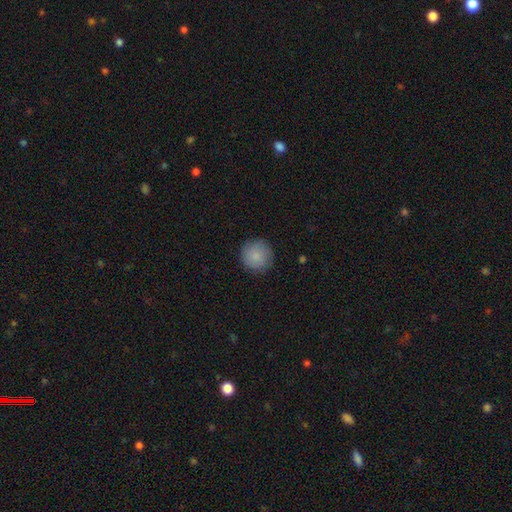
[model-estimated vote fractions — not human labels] Q: Smooth or featured?
A: smooth (87%); runner-up: star or artifact (7%)
Q: How rounded?
A: round (95%); runner-up: in between (4%)
Q: Merging?
A: none (88%); runner-up: minor disturbance (9%)